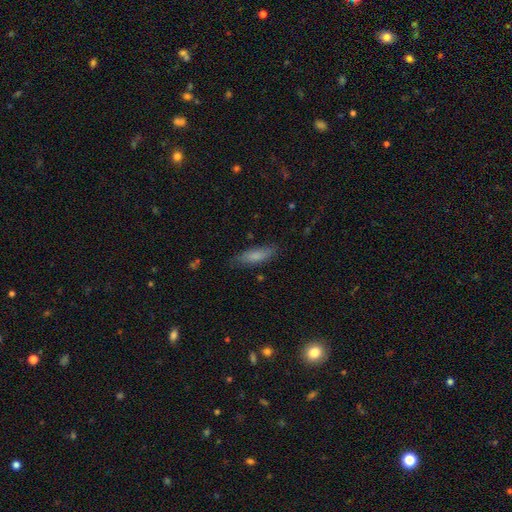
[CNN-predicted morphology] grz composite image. It shows a smooth galaxy with no disk features (80%) that is cigar-shaped (56%). Merging: none (80%).